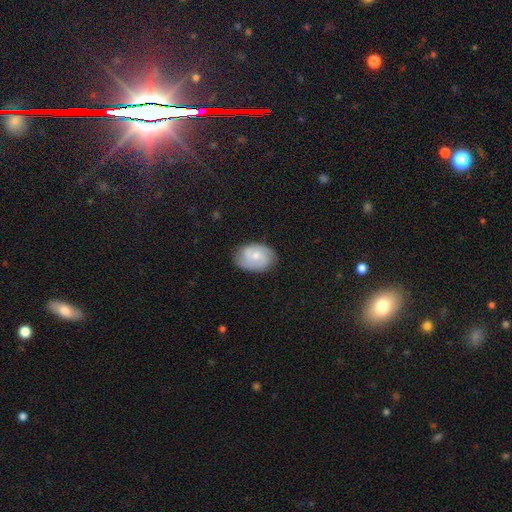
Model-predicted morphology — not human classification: This is possibly a featured or disk galaxy (54%). It is clearly not viewed edge-on (97%). Bar: likely no (64%). Spiral arm pattern: clearly yes (85%). Central bulge: possibly moderate (47%, tied with small). Merging: likely none (74%).